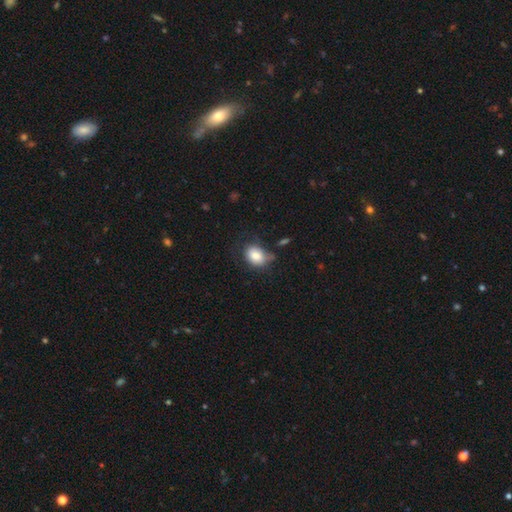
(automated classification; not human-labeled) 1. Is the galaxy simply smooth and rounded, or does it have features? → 82% smooth, 9% featured or disk, 8% star or artifact.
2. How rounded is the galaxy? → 64% in between, 35% round, 1% cigar-shaped.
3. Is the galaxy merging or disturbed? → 54% none, 30% minor disturbance, 11% major disturbance, 5% merger.